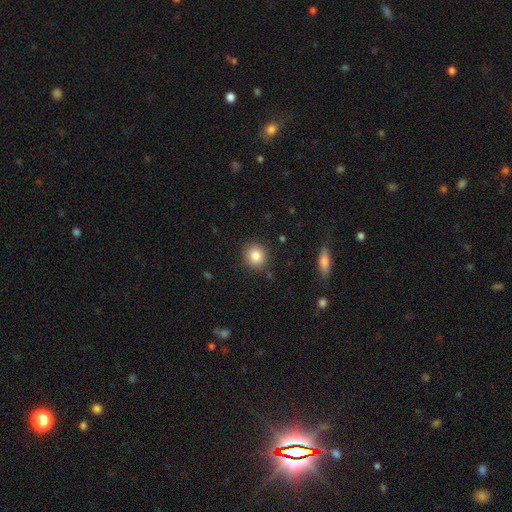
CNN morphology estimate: This appears to be a smooth galaxy with no disk features (85%) that is round (84%). Merging: none (88%).